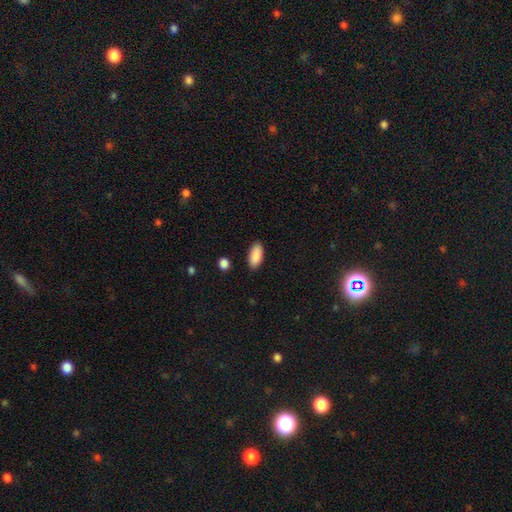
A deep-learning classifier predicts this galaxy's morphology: Smooth or featured: smooth — 90% (star or artifact — 6%)
How rounded: in between — 91% (cigar-shaped — 7%)
Merging: none — 88% (minor disturbance — 8%)